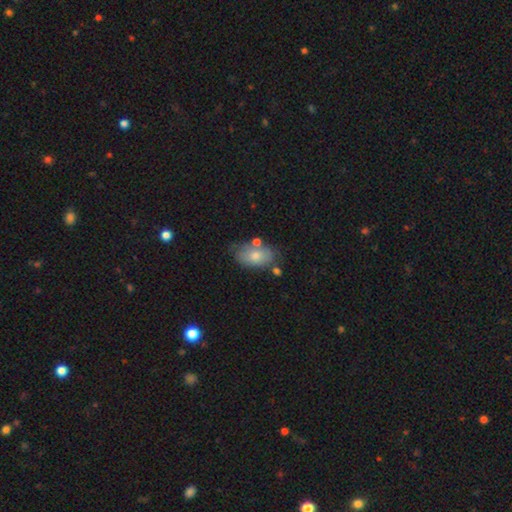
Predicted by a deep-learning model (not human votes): Smooth or featured? smooth (73%)
How rounded? in between (90%)
Merging? none (57%)